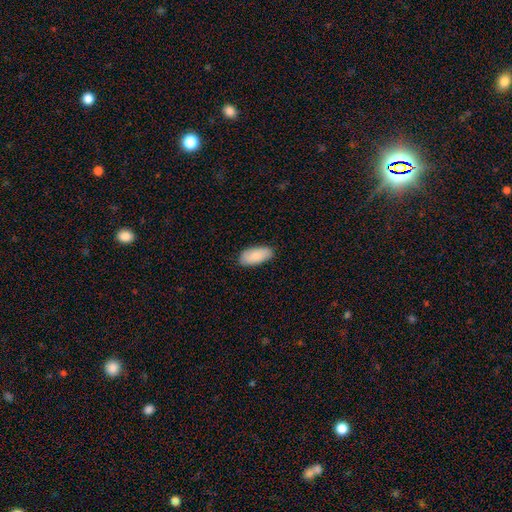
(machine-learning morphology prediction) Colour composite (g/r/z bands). It shows a smooth galaxy with no disk features (86%) that is in between round and cigar-shaped (91%). Merging: none (86%).